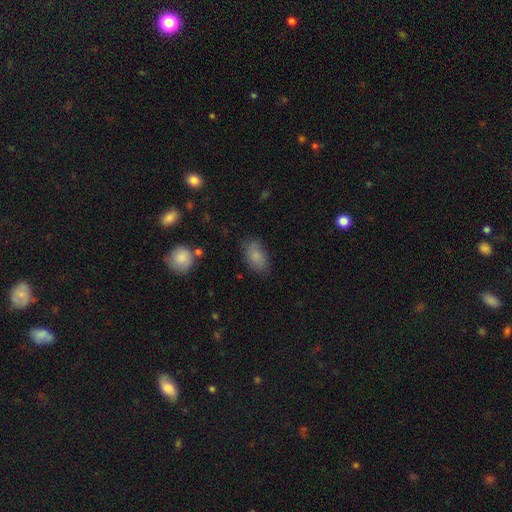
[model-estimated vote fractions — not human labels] Morphology: type=smooth (81%); roundness=in between (92%); merging=none (74%).